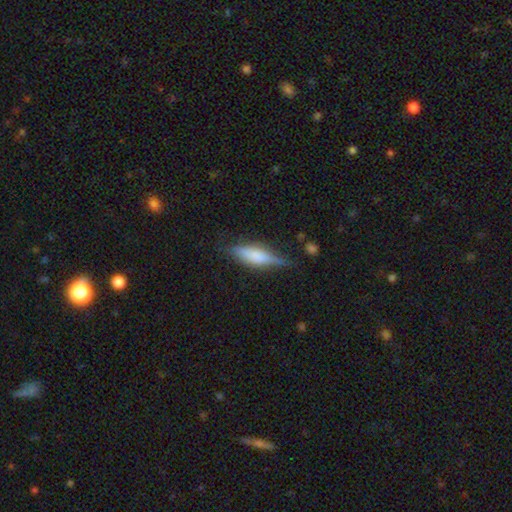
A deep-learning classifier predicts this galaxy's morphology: This appears to be a smooth galaxy with no disk features (51%) that is cigar-shaped (56%). Merging: none (69%).